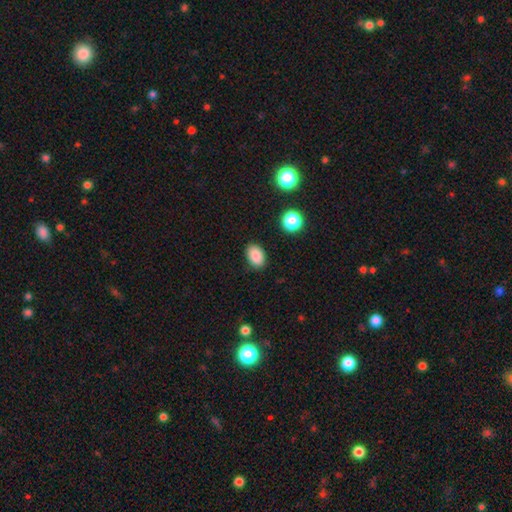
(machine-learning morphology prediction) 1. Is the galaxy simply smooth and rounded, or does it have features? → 86% smooth, 9% star or artifact, 5% featured or disk.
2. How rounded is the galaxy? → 83% in between, 15% round, 1% cigar-shaped.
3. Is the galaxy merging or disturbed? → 86% none, 10% minor disturbance, 2% major disturbance, 1% merger.